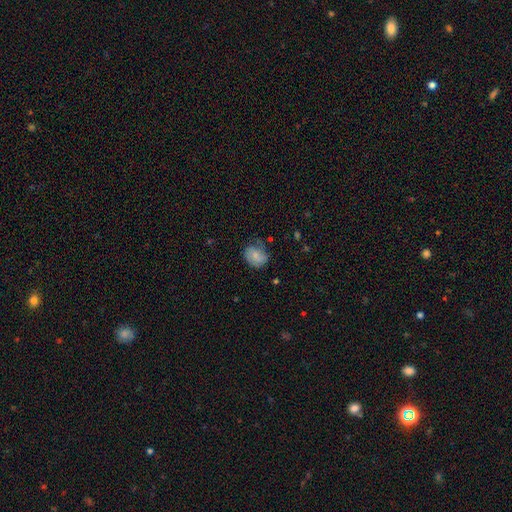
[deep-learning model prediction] Smooth or featured? smooth (65%)
How rounded? round (51%)
Merging? none (60%)